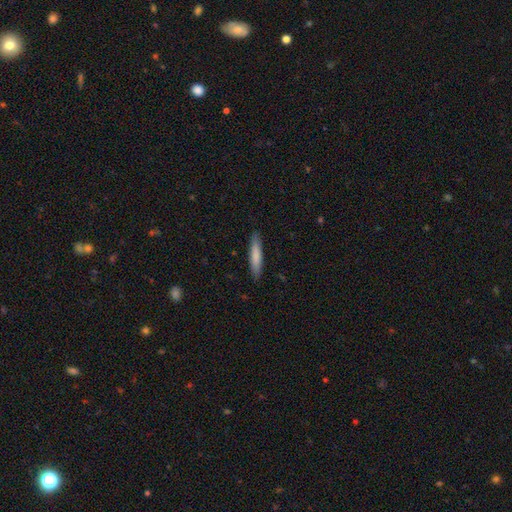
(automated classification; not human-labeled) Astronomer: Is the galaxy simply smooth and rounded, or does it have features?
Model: smooth — 79%.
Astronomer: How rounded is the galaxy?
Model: cigar-shaped — 89%.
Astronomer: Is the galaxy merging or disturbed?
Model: none — 89%.